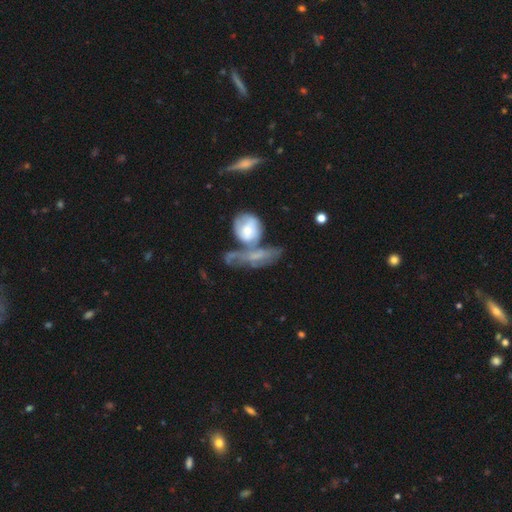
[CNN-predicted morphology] Smooth or featured?
  - featured or disk: 54% *
  - smooth: 35%
  - star or artifact: 11%
Edge-on disk?
  - no: 71% *
  - yes: 29%
Merging?
  - merger: 49% *
  - none: 27%
  - minor disturbance: 13%
  - major disturbance: 12%